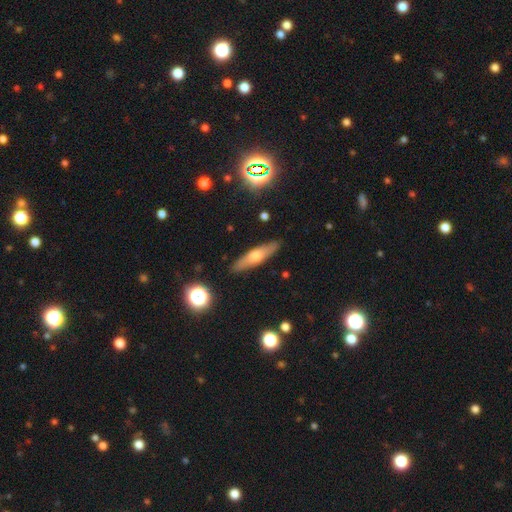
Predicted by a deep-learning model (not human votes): Smooth or featured? Predicted: smooth (p=0.47). Merging? Predicted: none (p=0.89).